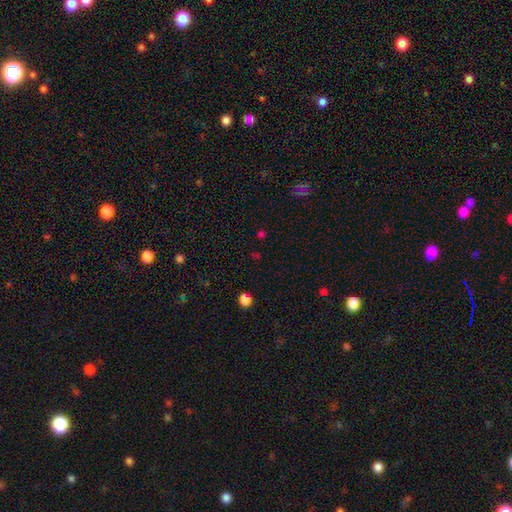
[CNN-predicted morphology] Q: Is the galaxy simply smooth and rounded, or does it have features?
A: star or artifact — 52%.